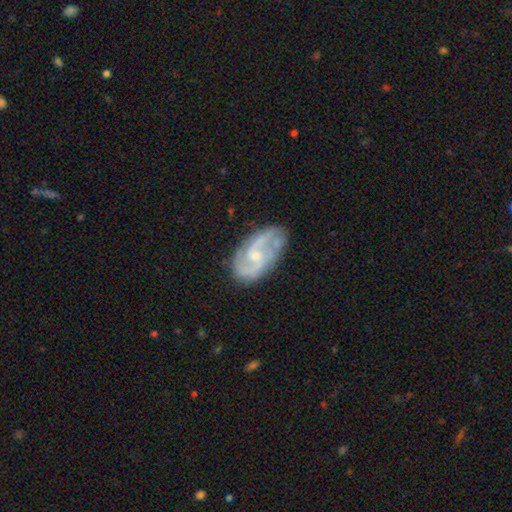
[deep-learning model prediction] A featured or disk galaxy (82%) with no bar (49%), 2 (70%) medium (48%) spiral arms (93%) and a small central bulge (59%). Merging: none (69%).